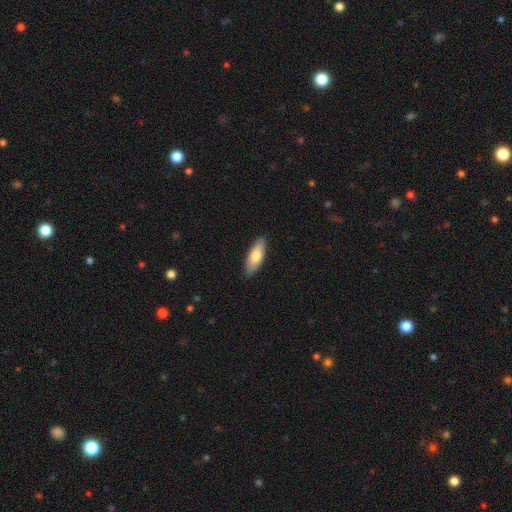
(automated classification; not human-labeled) This appears to be a smooth galaxy with no disk features (74%) that is in between round and cigar-shaped (64%). Merging: none (87%).